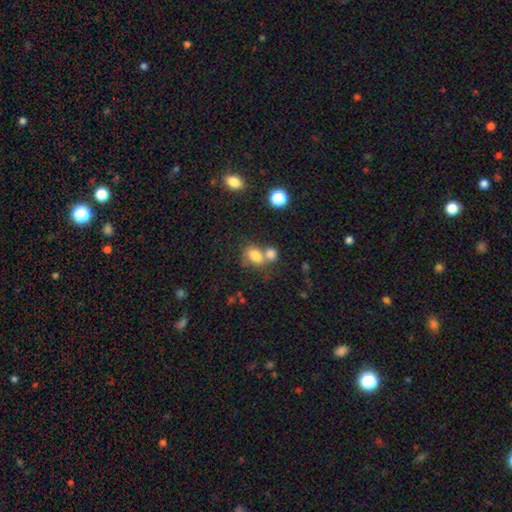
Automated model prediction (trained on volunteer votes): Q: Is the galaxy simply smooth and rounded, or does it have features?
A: smooth — 76%.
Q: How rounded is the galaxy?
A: in between — 66%.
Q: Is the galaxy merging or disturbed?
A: merger — 53%.